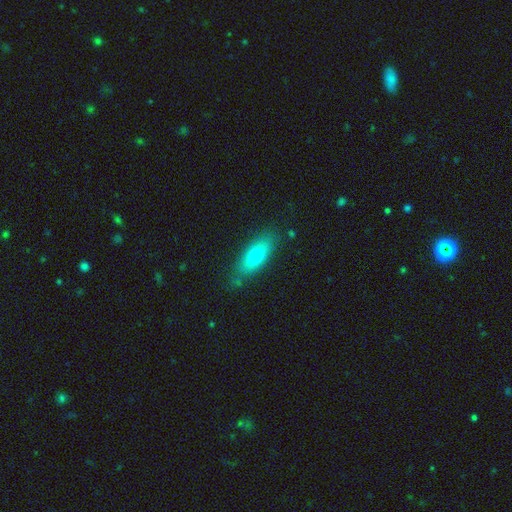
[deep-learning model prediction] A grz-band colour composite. It shows a smooth galaxy with no disk features (71%) that is in between round and cigar-shaped (70%). Merging: none (79%).